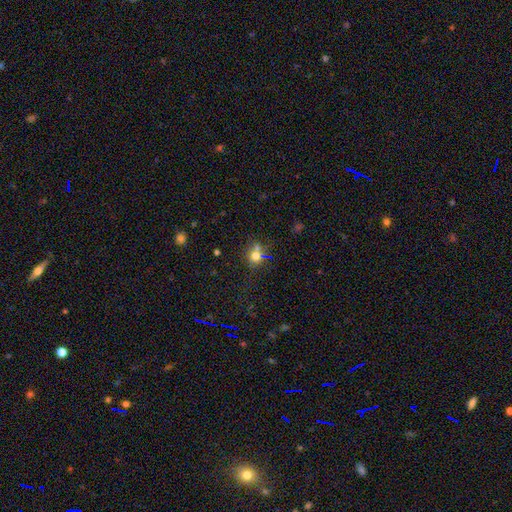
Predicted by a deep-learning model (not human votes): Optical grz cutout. It shows a smooth galaxy with no disk features (67%) that is round (82%). Merging: none (61%).